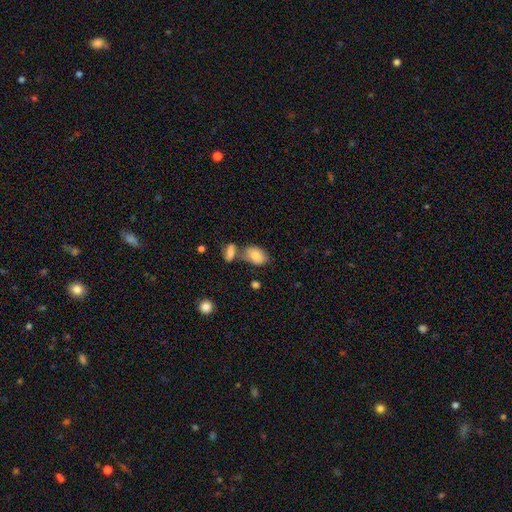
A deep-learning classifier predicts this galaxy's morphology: A smooth galaxy with no disk features (81%) that is in between round and cigar-shaped (84%).

Vote fractions:
- Smooth or featured? smooth: 81% / featured or disk: 12% / star or artifact: 8%
- How rounded? in between: 84% / round: 15% / cigar-shaped: 1%
- Merging? none: 51% / merger: 29% / minor disturbance: 15% / major disturbance: 5%